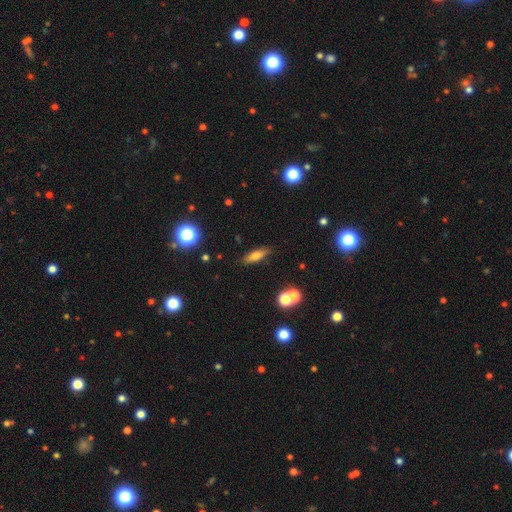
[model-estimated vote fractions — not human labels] Smooth or featured?
  - smooth: 66% *
  - featured or disk: 24%
  - star or artifact: 10%
How rounded?
  - cigar-shaped: 49% *
  - in between: 47%
  - round: 4%
Merging?
  - none: 84% *
  - minor disturbance: 10%
  - merger: 4%
  - major disturbance: 3%